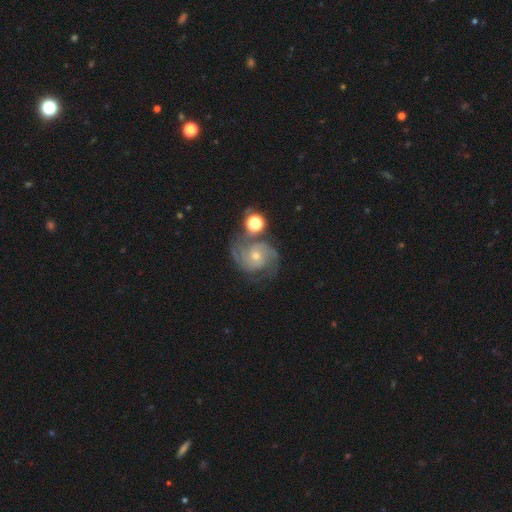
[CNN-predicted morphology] Smooth or featured: featured or disk — 86% (star or artifact — 8%)
Edge-on disk: no — 98% (yes — 2%)
Bar: no — 67% (weak — 27%)
Spiral arms: yes — 98% (no — 2%)
Spiral winding: tight — 47% (medium — 45%)
Spiral arm count: 2 — 62% (3 — 19%)
Bulge size: small — 52% (moderate — 44%)
Merging: none — 69% (minor disturbance — 16%)